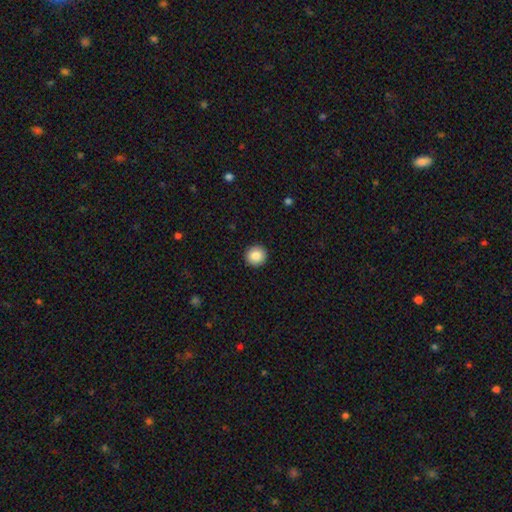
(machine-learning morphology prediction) type=smooth (87%); roundness=round (94%); merging=none (93%).